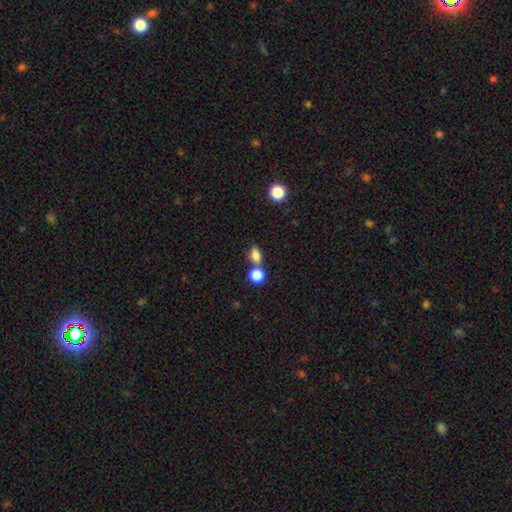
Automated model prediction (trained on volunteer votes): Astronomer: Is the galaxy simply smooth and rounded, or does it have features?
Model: smooth — 82%.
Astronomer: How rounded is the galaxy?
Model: in between — 65%.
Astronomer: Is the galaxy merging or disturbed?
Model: none — 48% (runner-up: merger, 37%).